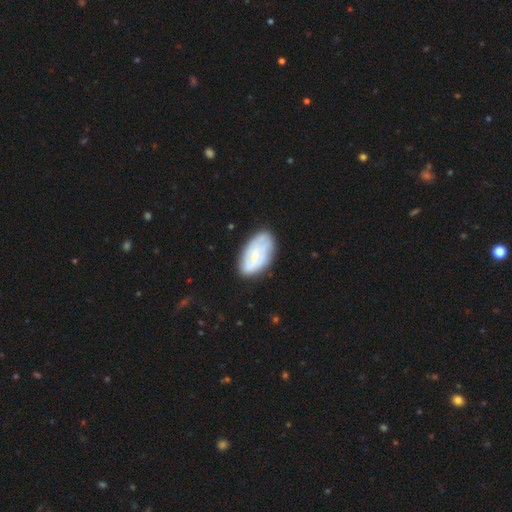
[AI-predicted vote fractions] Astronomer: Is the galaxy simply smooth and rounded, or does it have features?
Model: featured or disk — 52% (runner-up: smooth, 42%).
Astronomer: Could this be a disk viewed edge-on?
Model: no — 94%.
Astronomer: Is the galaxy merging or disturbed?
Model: none — 73%.